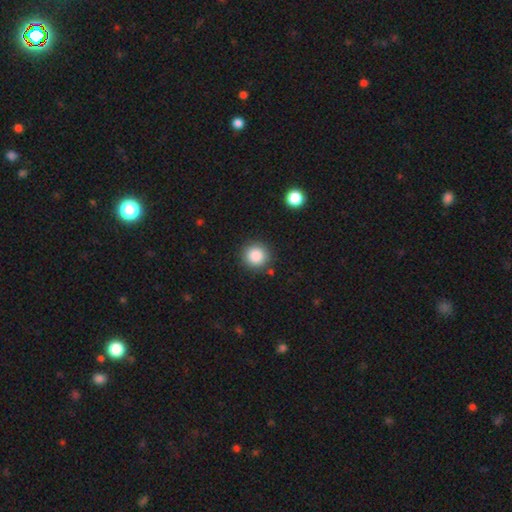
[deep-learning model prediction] This appears to be a smooth galaxy with no disk features (87%) that is round (94%). Merging: none (88%).